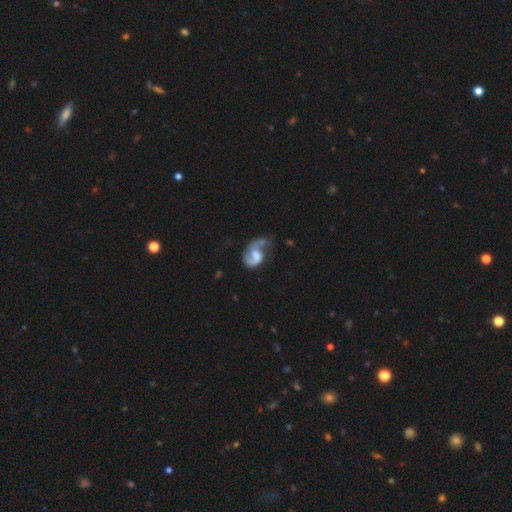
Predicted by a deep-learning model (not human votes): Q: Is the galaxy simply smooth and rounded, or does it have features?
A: featured or disk — 77%.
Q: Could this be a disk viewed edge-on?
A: no — 98%.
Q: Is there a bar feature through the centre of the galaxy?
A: no — 45%.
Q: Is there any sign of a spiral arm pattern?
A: yes — 92%.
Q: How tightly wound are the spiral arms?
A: loose — 46%.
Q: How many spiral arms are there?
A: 2 — 58%.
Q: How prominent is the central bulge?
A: moderate — 30%.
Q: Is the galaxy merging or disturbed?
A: none — 39%.